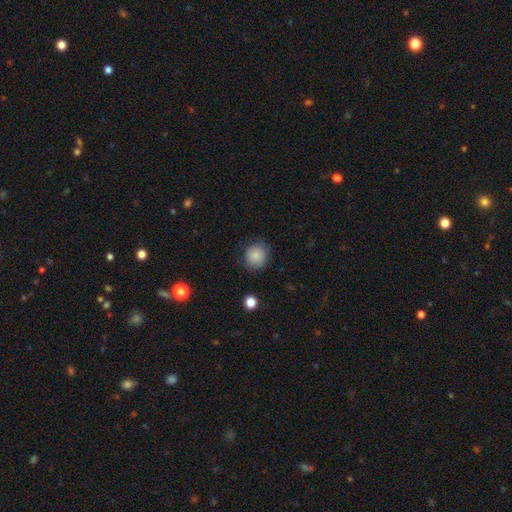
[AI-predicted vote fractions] Q: Smooth or featured?
A: smooth (85%); runner-up: star or artifact (9%)
Q: How rounded?
A: round (86%); runner-up: in between (13%)
Q: Merging?
A: none (82%); runner-up: minor disturbance (13%)